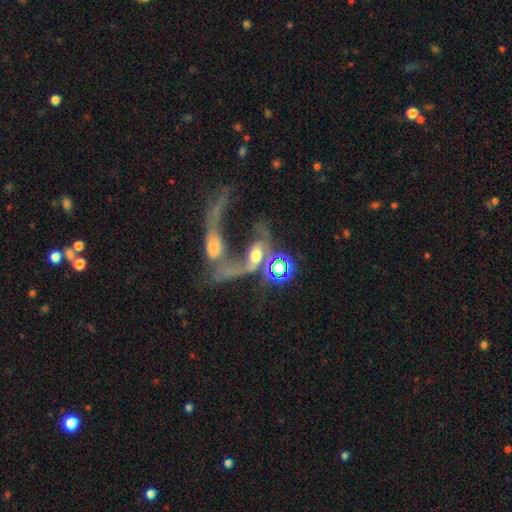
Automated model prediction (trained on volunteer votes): Morphology: type=featured or disk (51%); edge-on=no (85%); merging=merger (66%).